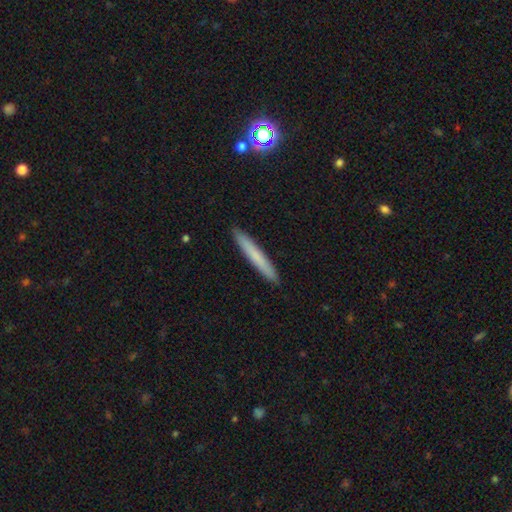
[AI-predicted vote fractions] Morphology: type=smooth (71%); roundness=cigar-shaped (96%); merging=none (92%).